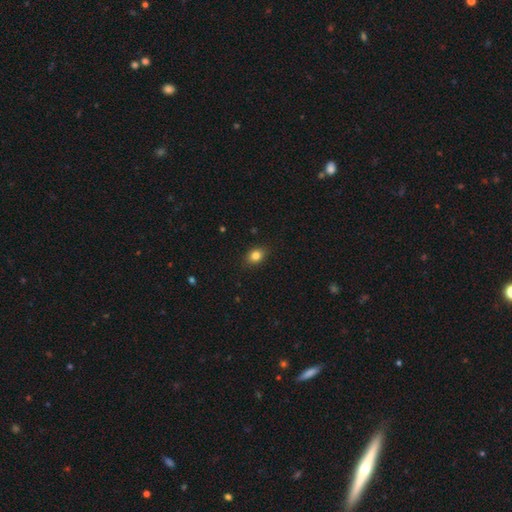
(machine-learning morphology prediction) smooth_or_featured: smooth (p=0.83) [alt: star or artifact p=0.10]
how_rounded: in between (p=0.65) [alt: round p=0.33]
merging: none (p=0.87) [alt: minor disturbance p=0.10]